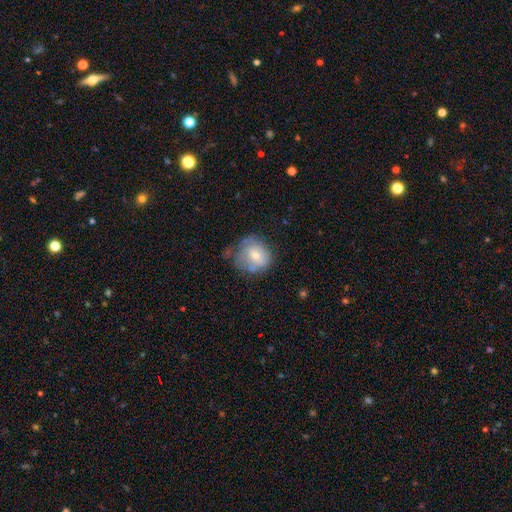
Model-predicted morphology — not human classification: Smooth or featured?
  - smooth: 62% *
  - featured or disk: 30%
  - star or artifact: 8%
How rounded?
  - round: 74% *
  - in between: 25%
  - cigar-shaped: 1%
Merging?
  - none: 43% *
  - minor disturbance: 32%
  - major disturbance: 19%
  - merger: 5%